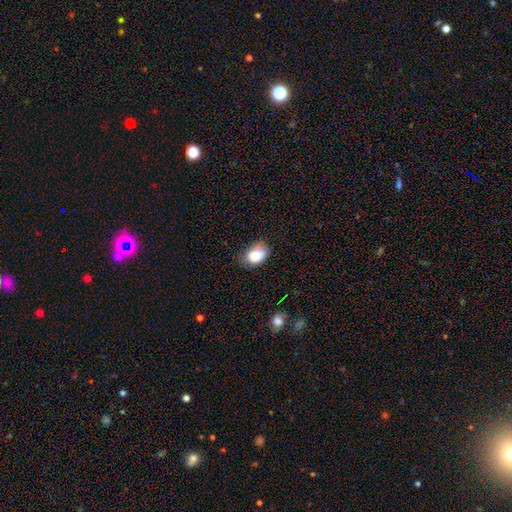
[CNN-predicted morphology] Q: Smooth or featured?
A: smooth (84%); runner-up: star or artifact (9%)
Q: How rounded?
A: in between (78%); runner-up: round (21%)
Q: Merging?
A: none (51%); runner-up: minor disturbance (36%)